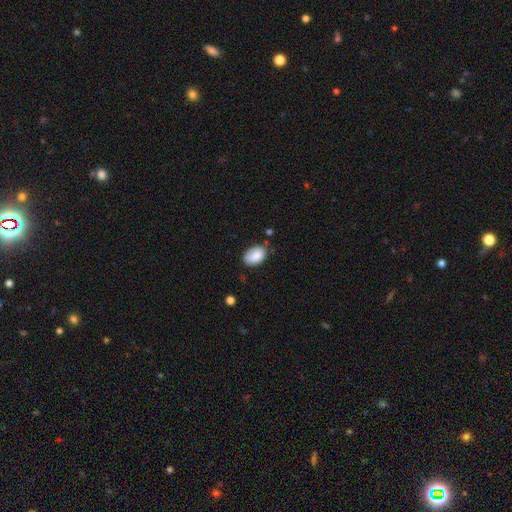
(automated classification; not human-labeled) Smooth or featured? Predicted: smooth (p=0.86). How rounded? Predicted: in between (p=0.90). Merging? Predicted: none (p=0.69).